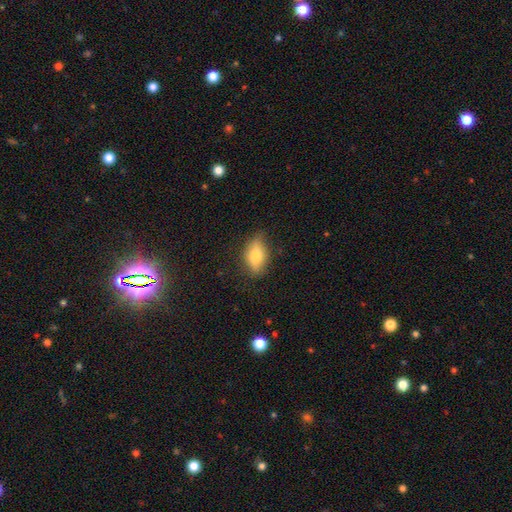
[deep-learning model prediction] This is likely a smooth galaxy (71%). How rounded: clearly in between (84%). Merging: likely none (77%).